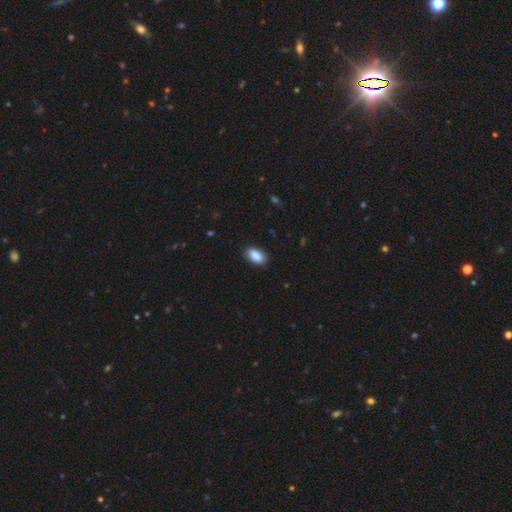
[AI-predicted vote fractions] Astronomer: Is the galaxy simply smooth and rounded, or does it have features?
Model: smooth — 90%.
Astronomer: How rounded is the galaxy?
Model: in between — 94%.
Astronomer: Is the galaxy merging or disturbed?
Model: none — 88%.